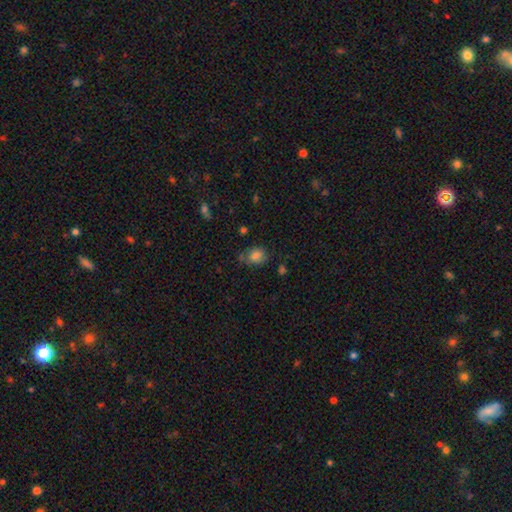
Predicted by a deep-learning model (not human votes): This appears to be a smooth galaxy with no disk features (81%) that is in between round and cigar-shaped (50%). Merging: none (68%).